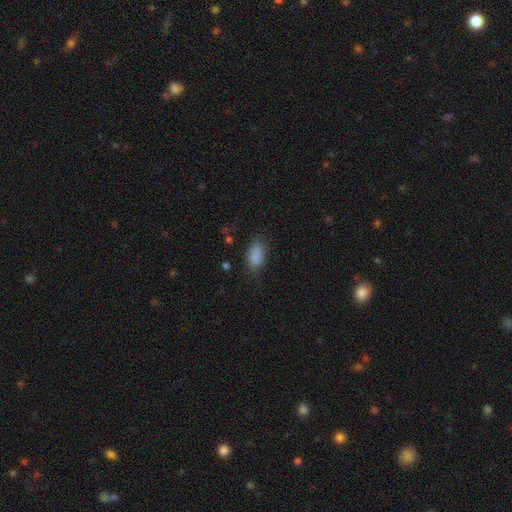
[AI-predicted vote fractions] This is clearly a smooth galaxy (87%). How rounded: clearly in between (91%). Merging: likely none (77%).